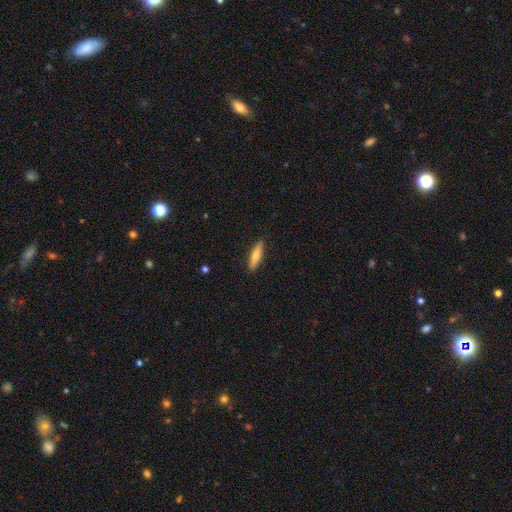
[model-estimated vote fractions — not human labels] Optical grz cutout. It shows a smooth galaxy with no disk features (70%) that is cigar-shaped (79%). Merging: none (89%).